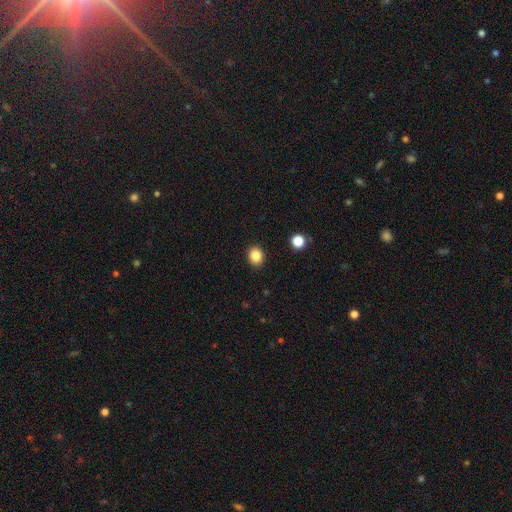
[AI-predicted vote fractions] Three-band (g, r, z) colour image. It shows a smooth galaxy with no disk features (85%) that is round (64%). Merging: none (91%).